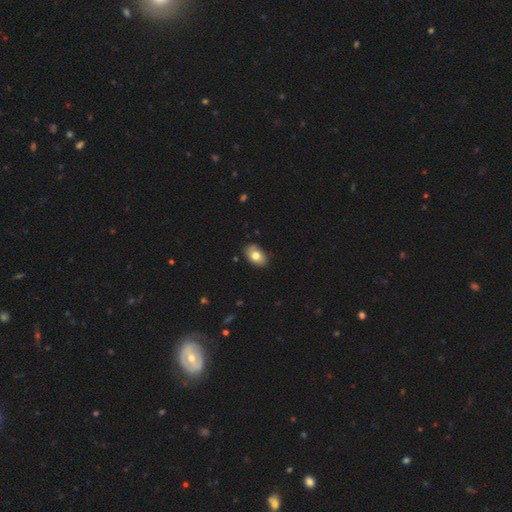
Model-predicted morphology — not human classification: Q: Smooth or featured?
A: smooth (77%); runner-up: featured or disk (16%)
Q: How rounded?
A: in between (87%); runner-up: round (11%)
Q: Merging?
A: none (85%); runner-up: minor disturbance (12%)